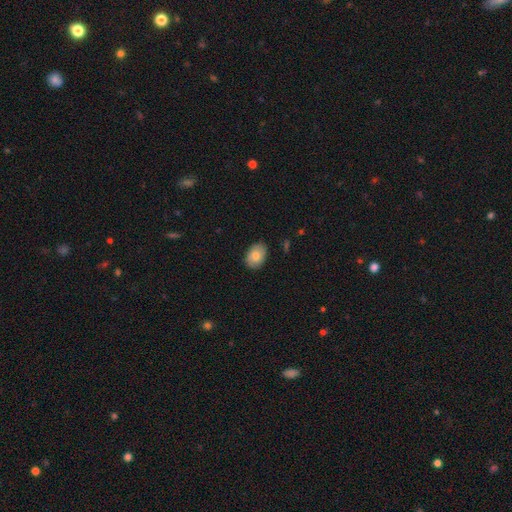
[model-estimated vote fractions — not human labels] smooth-or-featured: smooth: 78% | featured or disk: 15% | star or artifact: 7%
  how-rounded: in between: 79% | round: 20% | cigar-shaped: 1%
  merging: none: 86% | minor disturbance: 11% | major disturbance: 2% | merger: 1%